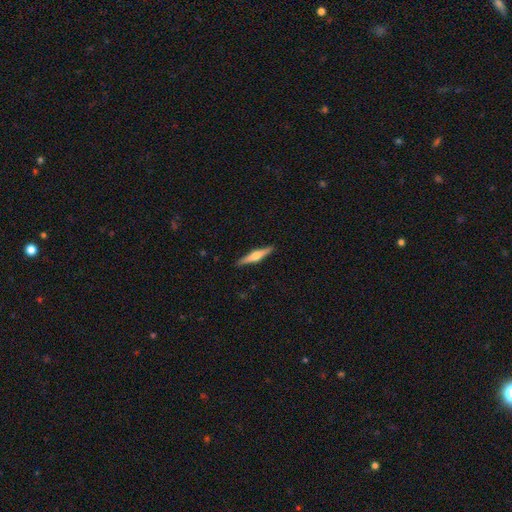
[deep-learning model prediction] Overall: featured or disk (64%; smooth 31%). Edge-on disk: yes (98%). Edge-on bulge: rounded (92%). Merging: none (91%).